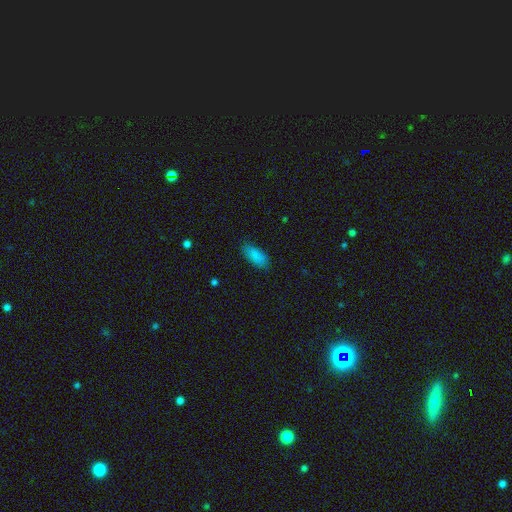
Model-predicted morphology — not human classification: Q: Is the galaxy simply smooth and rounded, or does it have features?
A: smooth — 87%.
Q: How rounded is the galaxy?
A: in between — 84%.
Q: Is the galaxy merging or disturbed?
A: none — 84%.